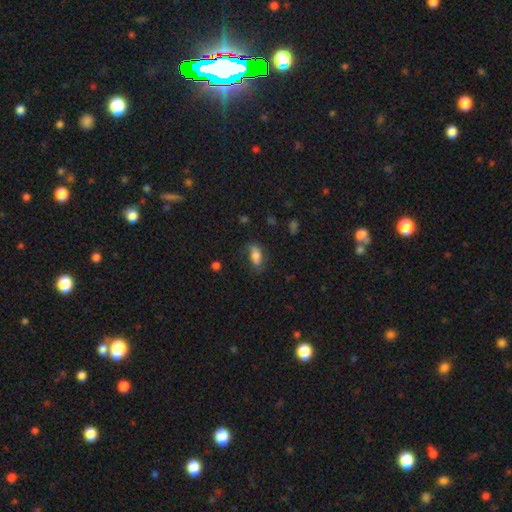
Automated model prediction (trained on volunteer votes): Morphology: type=smooth (71%); roundness=in between (81%); merging=none (59%).